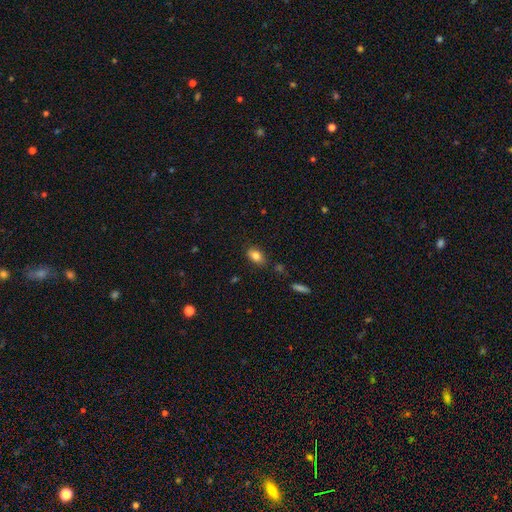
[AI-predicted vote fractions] smooth-or-featured: smooth: 82% | featured or disk: 9% | star or artifact: 9%
  how-rounded: in between: 86% | round: 11% | cigar-shaped: 3%
  merging: none: 81% | minor disturbance: 14% | merger: 3% | major disturbance: 3%